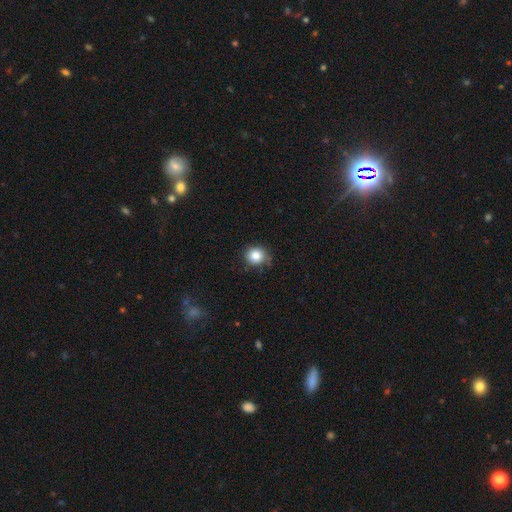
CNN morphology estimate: Smooth or featured? Predicted: smooth (p=0.83). How rounded? Predicted: round (p=0.88). Merging? Predicted: none (p=0.79).